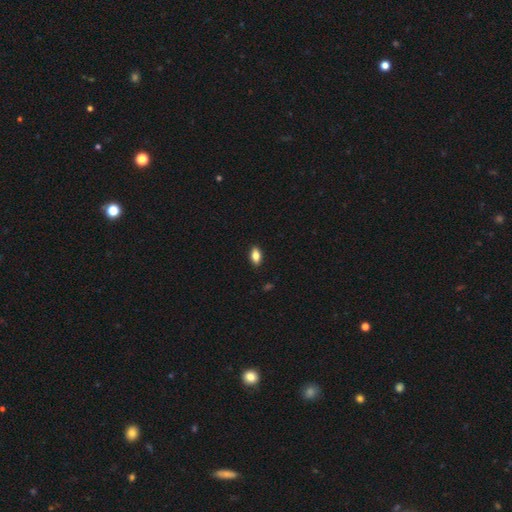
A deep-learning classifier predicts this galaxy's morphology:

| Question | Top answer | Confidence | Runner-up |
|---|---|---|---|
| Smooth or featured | smooth | 82% | featured or disk (10%) |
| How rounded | in between | 89% | cigar-shaped (6%) |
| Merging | none | 89% | minor disturbance (8%) |